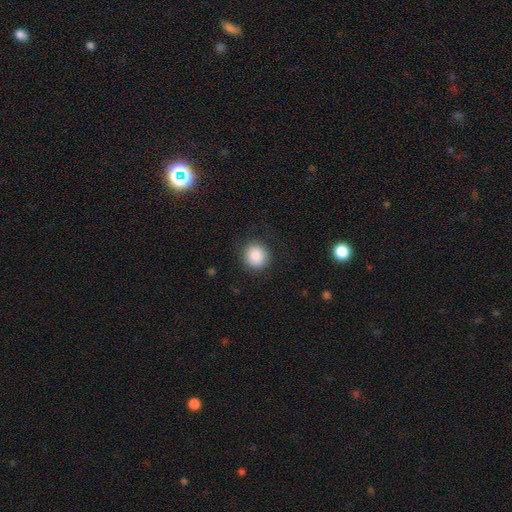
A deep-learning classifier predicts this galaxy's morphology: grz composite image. It shows a smooth galaxy with no disk features (87%) that is round (88%). Merging: none (87%).